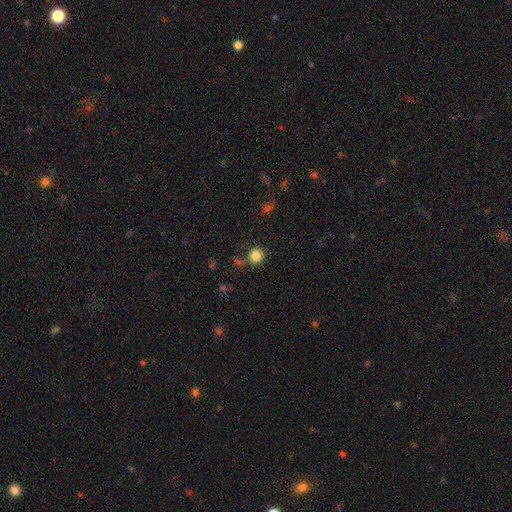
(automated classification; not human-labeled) A smooth galaxy with no disk features (85%) that is round (92%). Merging: none (79%).